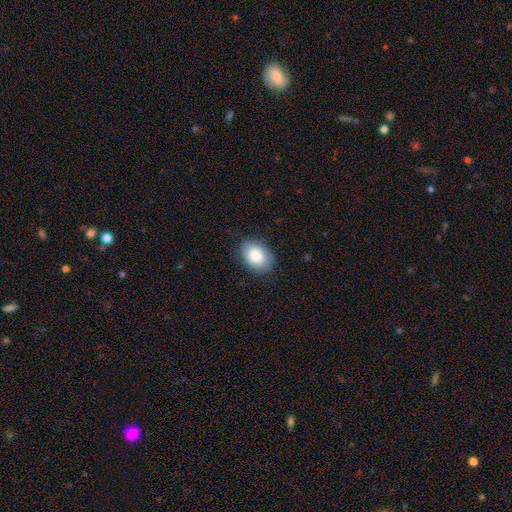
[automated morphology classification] Smooth or featured? Predicted: smooth (p=0.82). How rounded? Predicted: in between (p=0.79). Merging? Predicted: none (p=0.84).